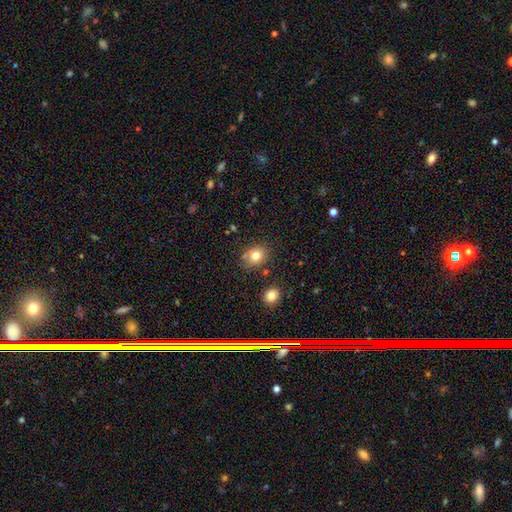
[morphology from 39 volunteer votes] A smooth galaxy with no disk features (74%) that is round (55%).

Vote fractions:
- Smooth or featured? smooth: 74% / featured or disk: 15% / star or artifact: 10%
- How rounded? round: 55% / in between: 45% / cigar-shaped: 0%
- Merging? none: 69% / minor disturbance: 20% / merger: 9% / major disturbance: 3%